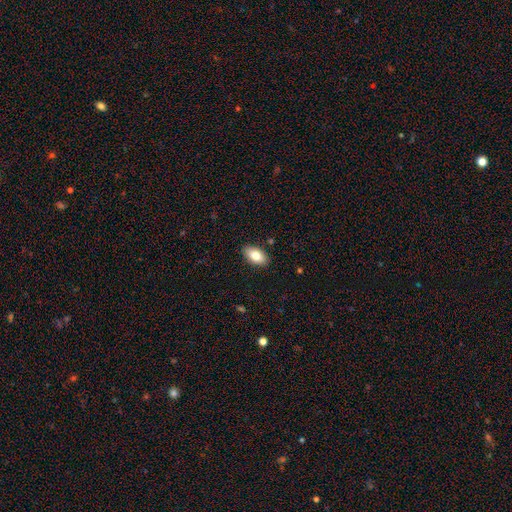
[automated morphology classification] Overall: smooth (80%). How rounded: in between (93%). Merging: none (88%).